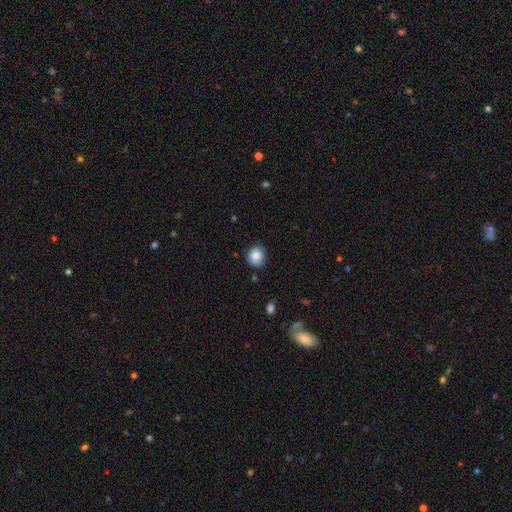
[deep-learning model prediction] Smooth or featured?
  - smooth: 85% *
  - star or artifact: 9%
  - featured or disk: 6%
How rounded?
  - round: 76% *
  - in between: 23%
  - cigar-shaped: 1%
Merging?
  - none: 78% *
  - minor disturbance: 17%
  - major disturbance: 3%
  - merger: 2%